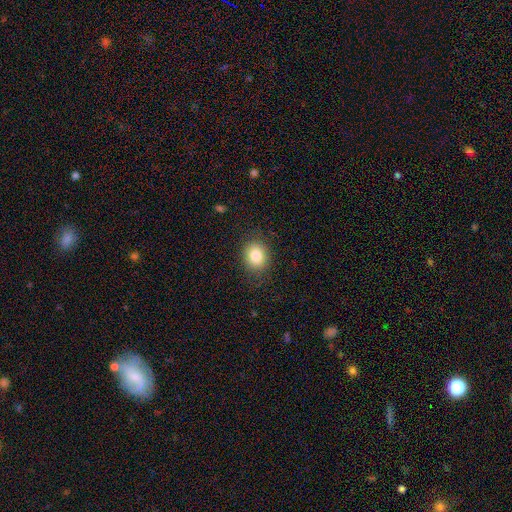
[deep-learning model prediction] smooth 83%, star or artifact 10%, featured or disk 7%. Down the decision tree: how rounded — round (61%); merging — none (85%).